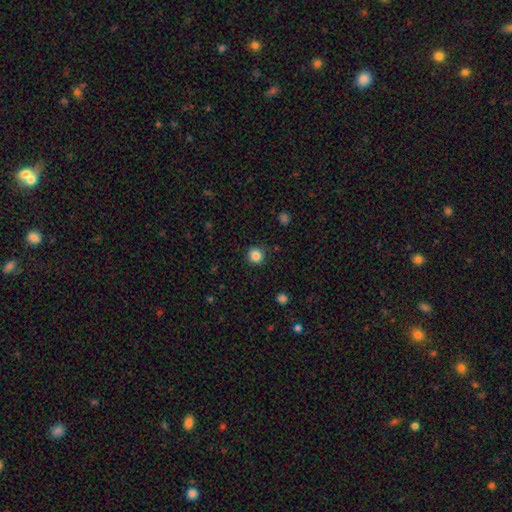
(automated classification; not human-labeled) A smooth galaxy with no disk features (85%) that is round (94%).

Vote fractions:
- Smooth or featured? smooth: 85% / star or artifact: 11% / featured or disk: 4%
- How rounded? round: 94% / in between: 5% / cigar-shaped: 1%
- Merging? none: 90% / minor disturbance: 6% / major disturbance: 2% / merger: 1%